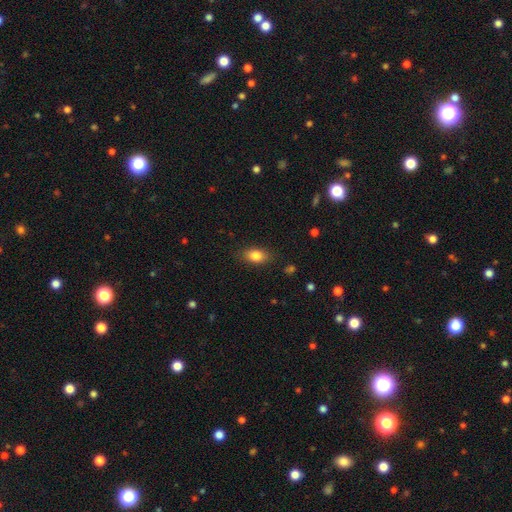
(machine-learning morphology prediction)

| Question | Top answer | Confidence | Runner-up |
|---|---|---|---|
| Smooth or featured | smooth | 83% | featured or disk (9%) |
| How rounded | in between | 85% | round (11%) |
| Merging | none | 84% | minor disturbance (12%) |